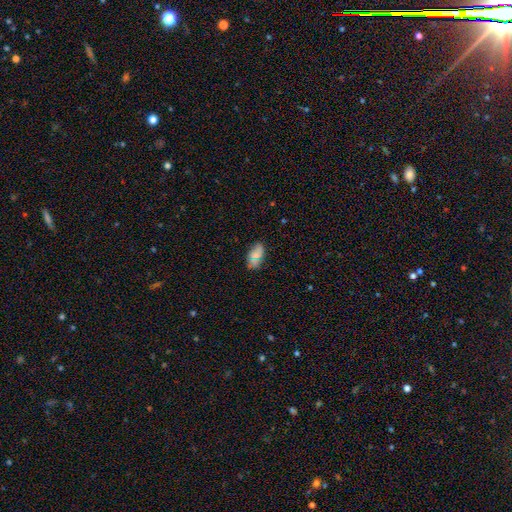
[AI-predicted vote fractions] smooth_or_featured: smooth (p=0.71) [alt: star or artifact p=0.16]
how_rounded: in between (p=0.91) [alt: round p=0.05]
merging: none (p=0.76) [alt: minor disturbance p=0.17]